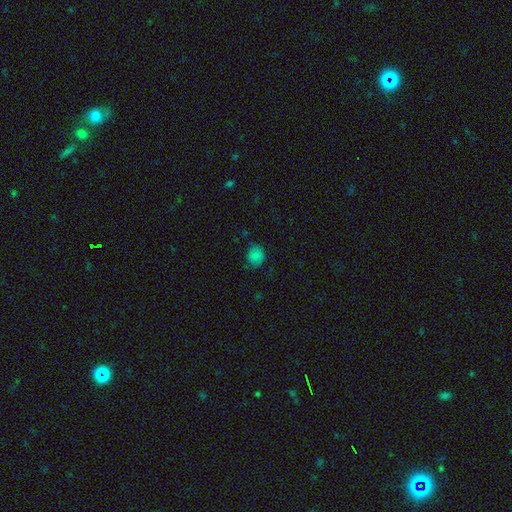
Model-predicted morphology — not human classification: This appears to be a smooth galaxy with no disk features (75%) that is round (60%). Merging: none (66%).